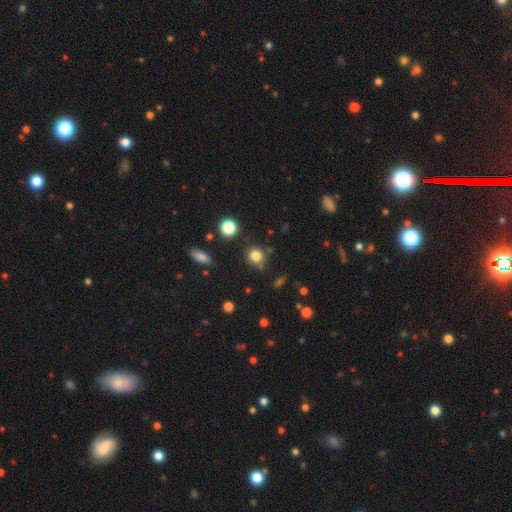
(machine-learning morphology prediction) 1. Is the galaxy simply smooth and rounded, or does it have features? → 81% smooth, 13% star or artifact, 6% featured or disk.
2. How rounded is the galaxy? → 82% round, 17% in between, 1% cigar-shaped.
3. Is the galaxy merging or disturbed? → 77% none, 13% minor disturbance, 5% merger, 4% major disturbance.